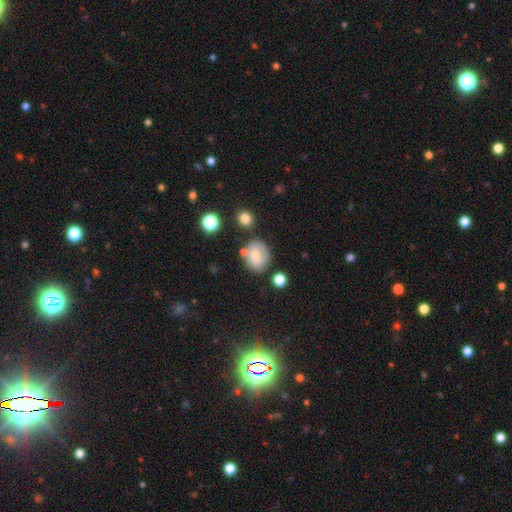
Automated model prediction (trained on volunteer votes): Smooth or featured?
  - smooth: 65% *
  - featured or disk: 25%
  - star or artifact: 10%
How rounded?
  - round: 71% *
  - in between: 28%
  - cigar-shaped: 1%
Merging?
  - none: 66% *
  - minor disturbance: 18%
  - merger: 10%
  - major disturbance: 6%